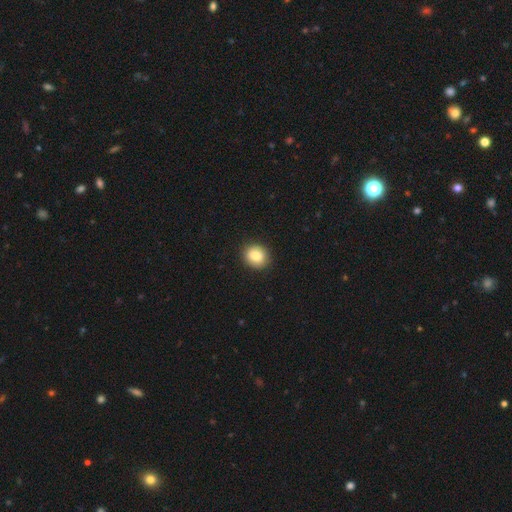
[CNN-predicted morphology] smooth-or-featured: smooth: 84% | star or artifact: 9% | featured or disk: 7%
  how-rounded: round: 70% | in between: 29% | cigar-shaped: 1%
  merging: none: 90% | minor disturbance: 7% | major disturbance: 2% | merger: 1%